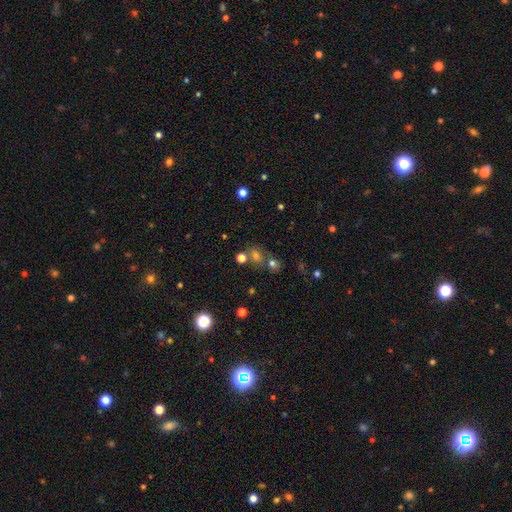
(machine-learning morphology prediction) The model was most divided on "how rounded": round: 51%, in between: 47%, cigar-shaped: 3%. More confident: merging — none (54%); smooth or featured — smooth (50%).